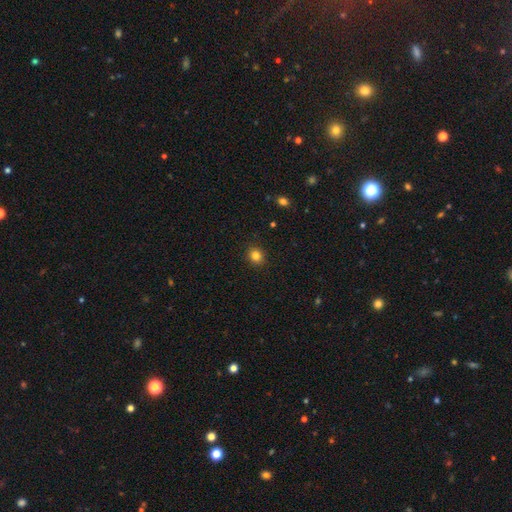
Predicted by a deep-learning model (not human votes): Smooth or featured? smooth (83%)
How rounded? round (80%)
Merging? none (91%)